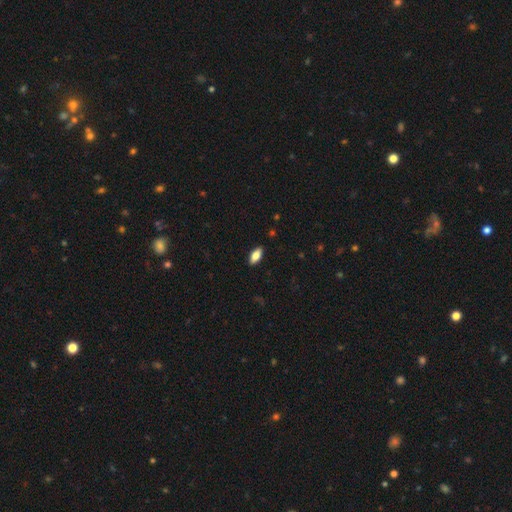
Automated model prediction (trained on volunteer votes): Smooth or featured: smooth — 77% (featured or disk — 16%)
How rounded: in between — 85% (cigar-shaped — 12%)
Merging: none — 89% (minor disturbance — 8%)